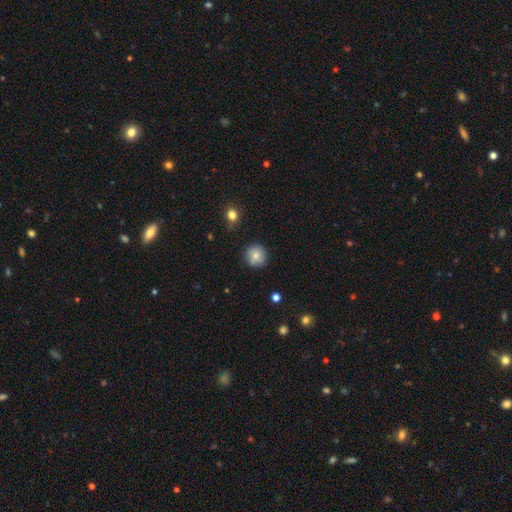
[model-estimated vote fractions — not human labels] smooth-or-featured: smooth: 78% | featured or disk: 13% | star or artifact: 9%
  how-rounded: round: 94% | in between: 5% | cigar-shaped: 1%
  merging: none: 85% | minor disturbance: 11% | major disturbance: 3% | merger: 1%